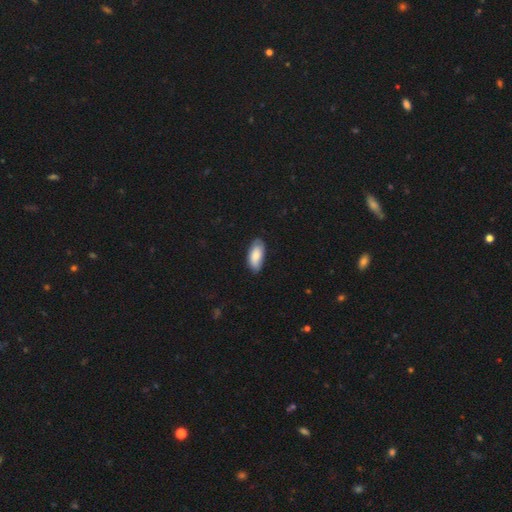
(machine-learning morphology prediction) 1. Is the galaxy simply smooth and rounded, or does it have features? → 80% smooth, 14% featured or disk, 6% star or artifact.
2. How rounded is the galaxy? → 90% in between, 8% cigar-shaped, 2% round.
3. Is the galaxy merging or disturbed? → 77% none, 19% minor disturbance, 3% major disturbance, 1% merger.